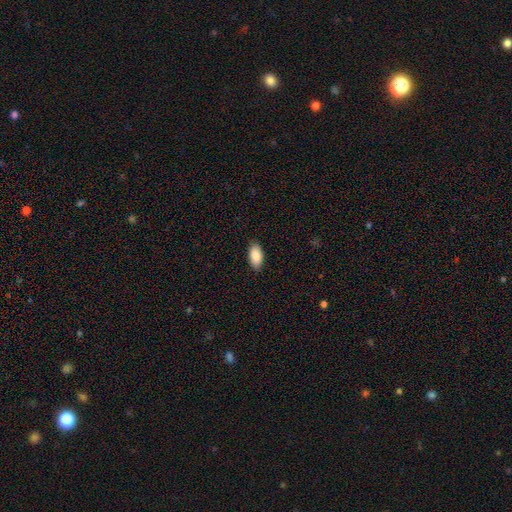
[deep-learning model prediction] The model was most divided on "merging": none: 89%, minor disturbance: 9%, major disturbance: 2%, merger: 1%. More confident: how rounded — in between (93%); smooth or featured — smooth (87%).